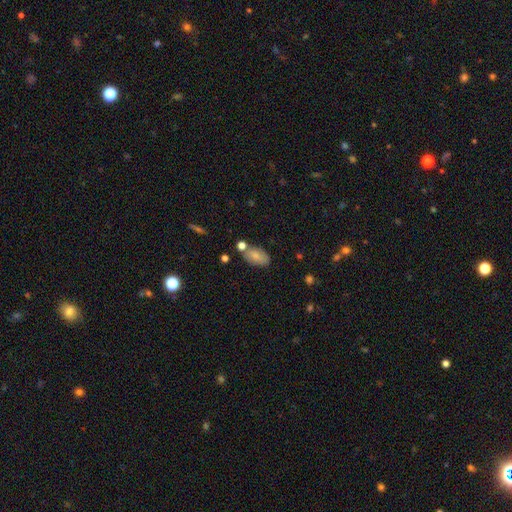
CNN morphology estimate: smooth 79%, featured or disk 13%, star or artifact 8%. Down the decision tree: how rounded — in between (92%); merging — none (66%).